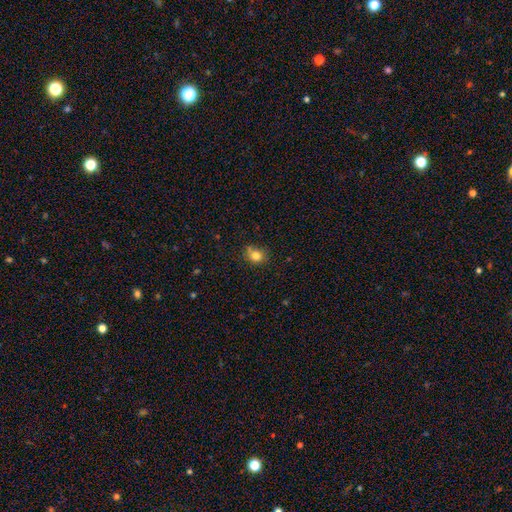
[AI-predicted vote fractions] Smooth or featured: smooth — 80% (star or artifact — 12%)
How rounded: round — 66% (in between — 33%)
Merging: none — 70% (minor disturbance — 21%)